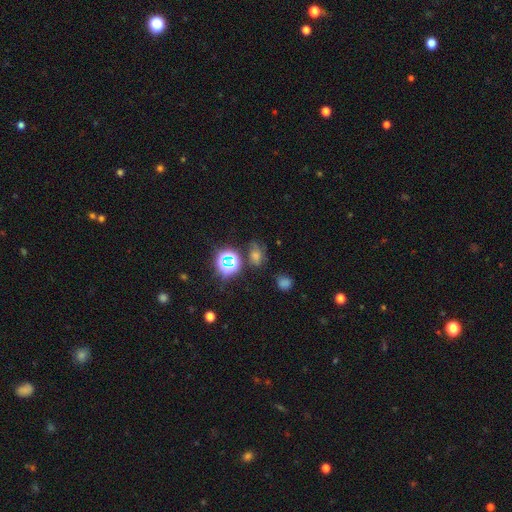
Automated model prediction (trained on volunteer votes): The model was most divided on "smooth or featured": star or artifact: 53%, smooth: 34%, featured or disk: 13%.